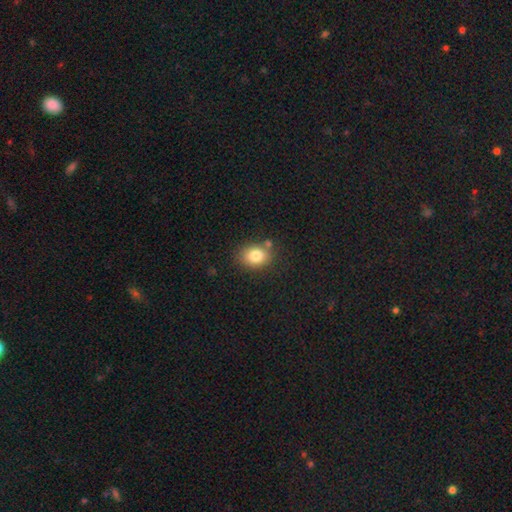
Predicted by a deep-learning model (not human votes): Q: Smooth or featured?
A: smooth (82%); runner-up: star or artifact (10%)
Q: How rounded?
A: in between (54%); runner-up: round (45%)
Q: Merging?
A: none (74%); runner-up: minor disturbance (14%)